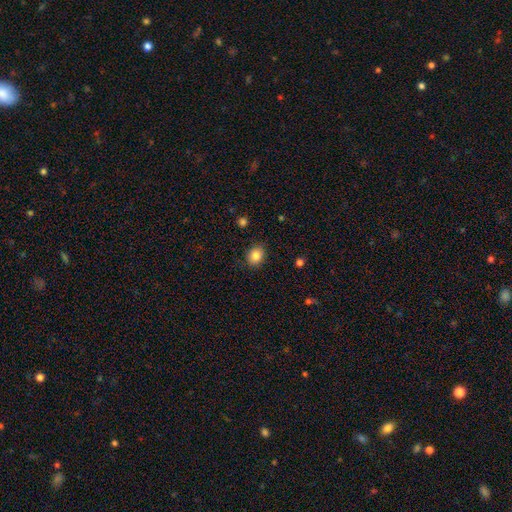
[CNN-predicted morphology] Overall: smooth (86%). How rounded: round (59%; in between 40%). Merging: none (86%).